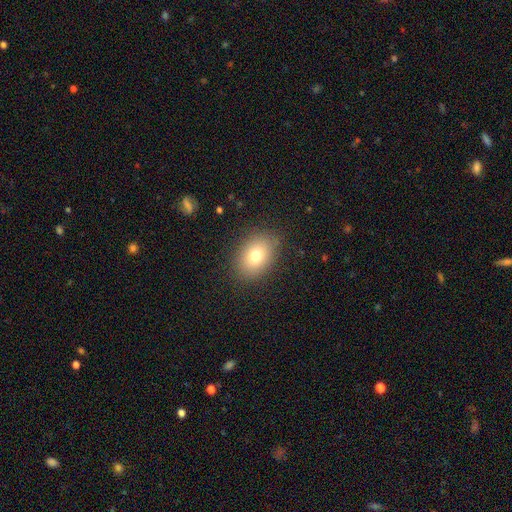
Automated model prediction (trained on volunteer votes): smooth 76%, featured or disk 13%, star or artifact 11%. Down the decision tree: how rounded — in between (76%); merging — none (85%).